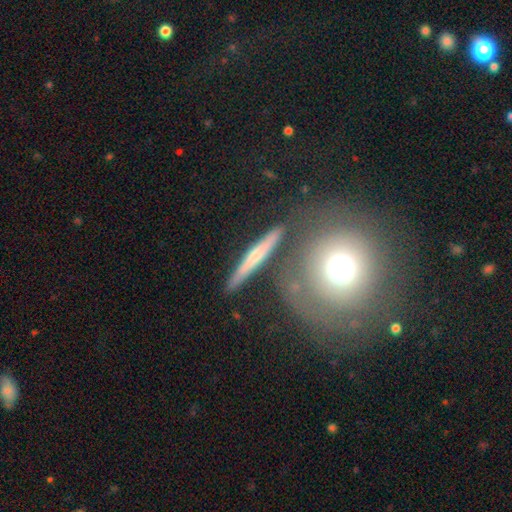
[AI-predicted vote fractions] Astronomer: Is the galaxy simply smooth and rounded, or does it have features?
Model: featured or disk — 46%, tied with smooth at 46%.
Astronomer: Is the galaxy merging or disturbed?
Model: none — 79%.